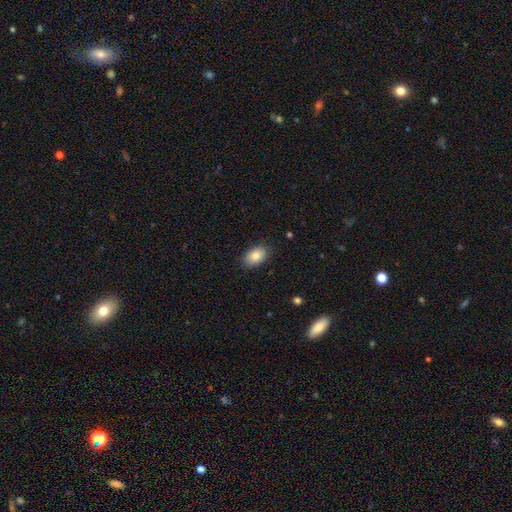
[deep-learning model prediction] Morphology: type=smooth (84%); roundness=in between (89%); merging=none (87%).